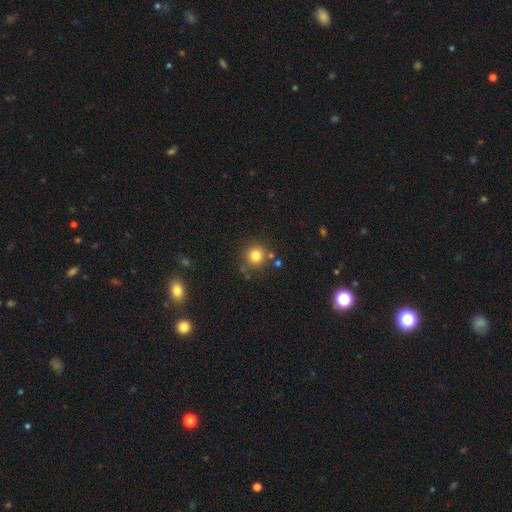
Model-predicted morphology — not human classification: smooth 80%, star or artifact 13%, featured or disk 7%. Down the decision tree: how rounded — round (93%); merging — none (79%).